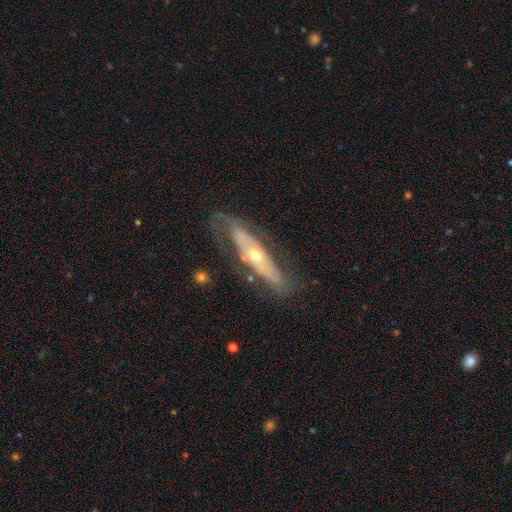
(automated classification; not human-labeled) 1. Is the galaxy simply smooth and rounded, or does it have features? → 77% featured or disk, 17% smooth, 6% star or artifact.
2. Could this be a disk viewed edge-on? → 66% no, 34% yes.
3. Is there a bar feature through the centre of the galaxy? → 72% no, 15% weak, 13% strong.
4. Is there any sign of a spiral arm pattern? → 63% yes, 37% no.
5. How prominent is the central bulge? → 57% moderate, 37% small, 4% large, 1% dominant, 1% none.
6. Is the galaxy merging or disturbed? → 63% none, 21% minor disturbance, 14% major disturbance, 3% merger.